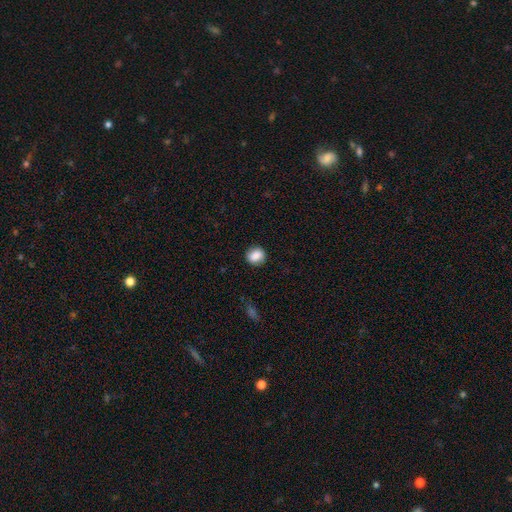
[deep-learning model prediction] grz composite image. It shows a smooth galaxy with no disk features (86%) that is round (67%). Merging: none (84%).